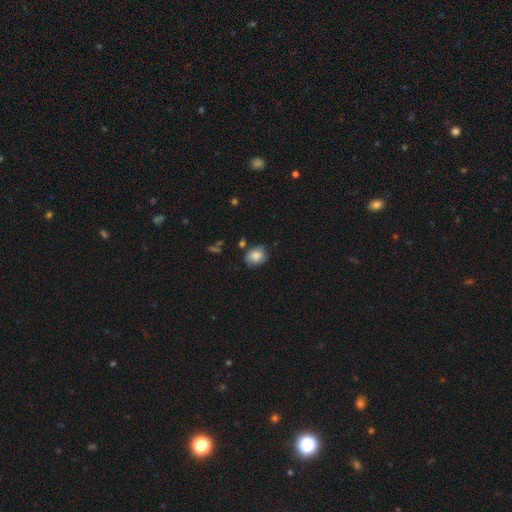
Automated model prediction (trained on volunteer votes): smooth 74%, featured or disk 17%, star or artifact 9%. Down the decision tree: how rounded — round (53%); merging — none (65%).